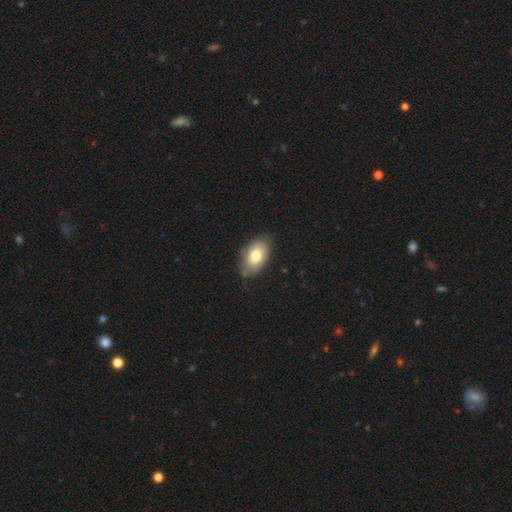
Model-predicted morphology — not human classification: Smooth or featured? smooth (77%)
How rounded? in between (93%)
Merging? none (77%)